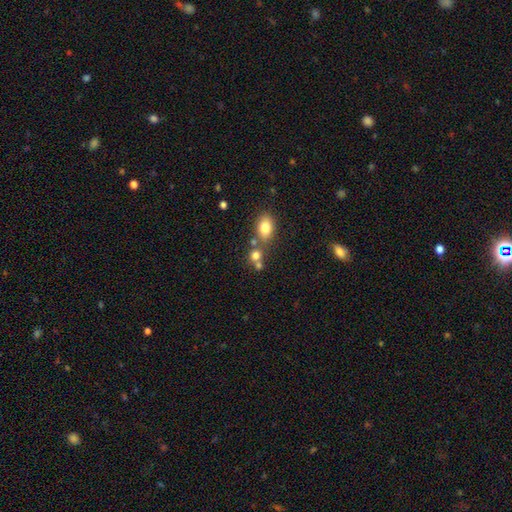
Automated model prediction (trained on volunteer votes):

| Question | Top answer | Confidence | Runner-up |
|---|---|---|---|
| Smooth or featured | smooth | 76% | star or artifact (13%) |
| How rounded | round | 69% | in between (29%) |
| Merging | none | 48% | merger (39%) |